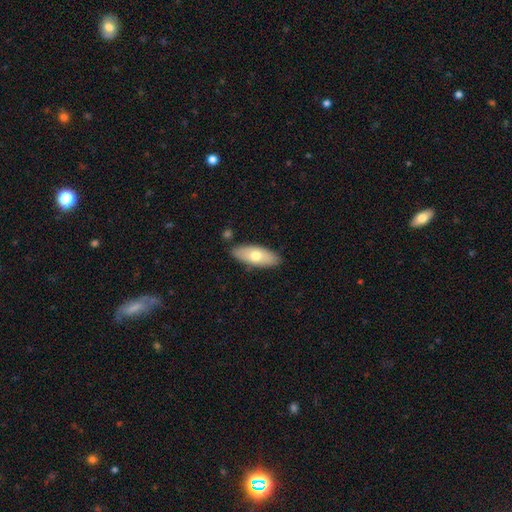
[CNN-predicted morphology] Smooth or featured? smooth (67%)
How rounded? in between (77%)
Merging? none (84%)